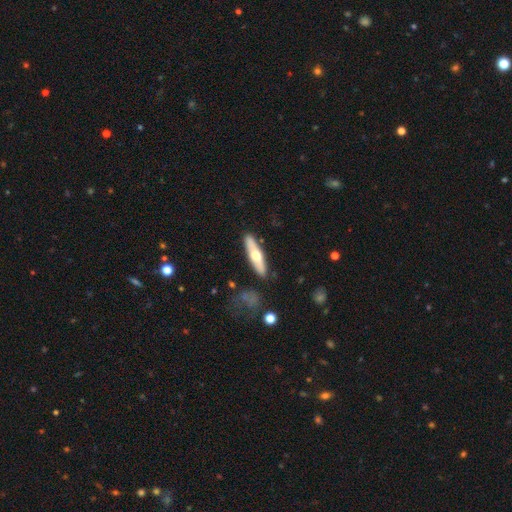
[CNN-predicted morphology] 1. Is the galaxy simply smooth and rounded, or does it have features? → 51% smooth, 44% featured or disk, 5% star or artifact.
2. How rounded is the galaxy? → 69% cigar-shaped, 29% in between, 2% round.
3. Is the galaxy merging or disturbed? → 85% none, 10% minor disturbance, 3% major disturbance, 2% merger.